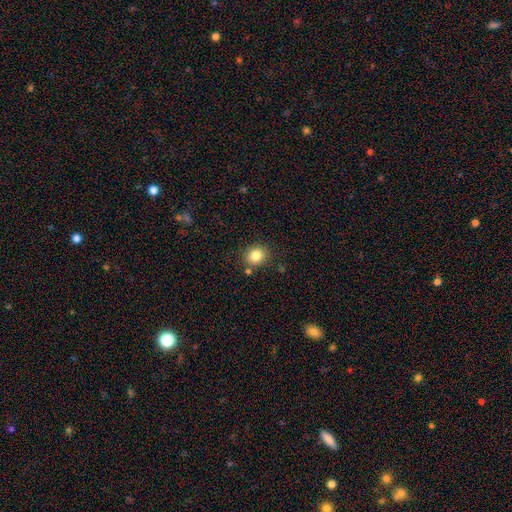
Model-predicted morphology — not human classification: Smooth or featured? Predicted: smooth (p=0.83). How rounded? Predicted: round (p=0.75). Merging? Predicted: none (p=0.82).